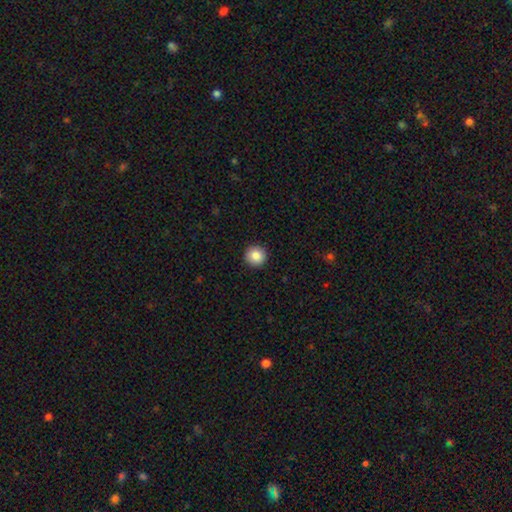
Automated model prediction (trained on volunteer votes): This appears to be a smooth galaxy with no disk features (86%) that is round (96%). Merging: none (93%).